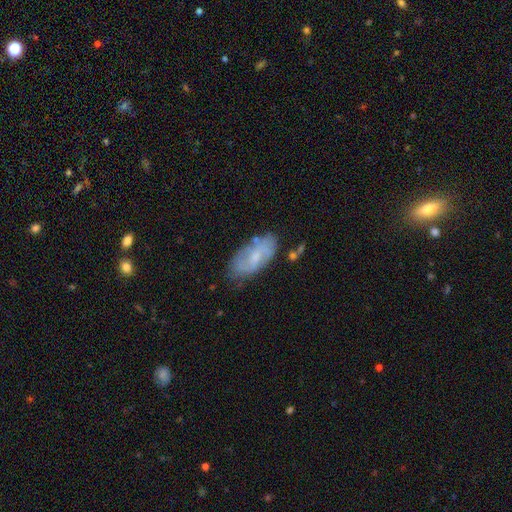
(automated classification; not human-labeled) A featured or disk galaxy (51%).

Vote fractions:
- Smooth or featured? featured or disk: 51% / smooth: 41% / star or artifact: 9%
- Edge-on disk? no: 90% / yes: 10%
- Merging? none: 71% / minor disturbance: 20% / major disturbance: 5% / merger: 3%